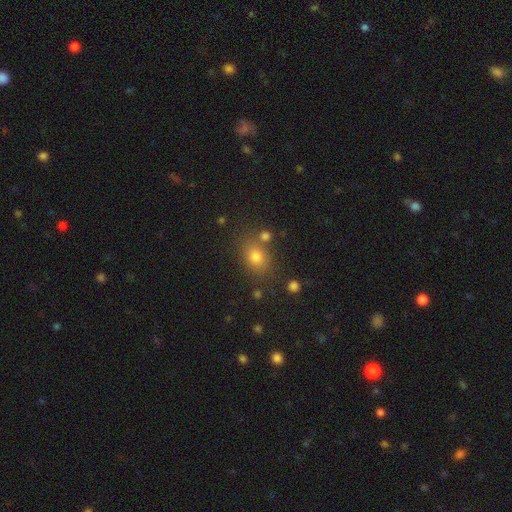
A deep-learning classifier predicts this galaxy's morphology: smooth_or_featured: smooth (p=0.75) [alt: star or artifact p=0.15]
how_rounded: in between (p=0.55) [alt: round p=0.43]
merging: none (p=0.73) [alt: minor disturbance p=0.12]